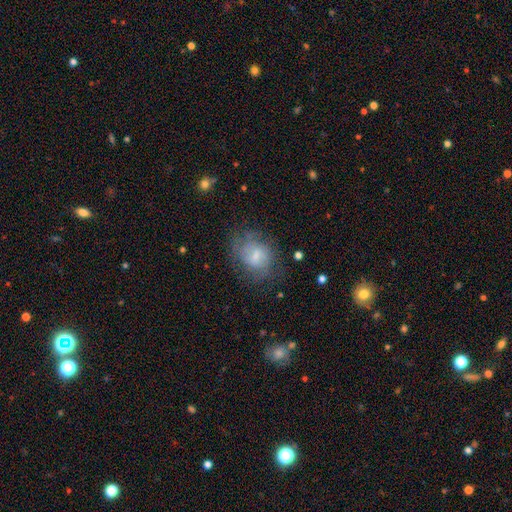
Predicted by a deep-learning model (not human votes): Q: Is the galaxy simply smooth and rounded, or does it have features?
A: smooth — 53%.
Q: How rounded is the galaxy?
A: in between — 55%.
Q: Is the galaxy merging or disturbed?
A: none — 55%.